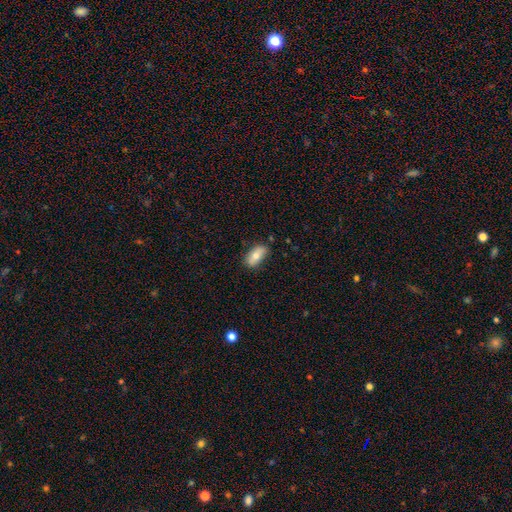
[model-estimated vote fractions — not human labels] The model was most divided on "smooth or featured": smooth: 73%, featured or disk: 20%, star or artifact: 7%. More confident: how rounded — in between (89%); merging — none (78%).